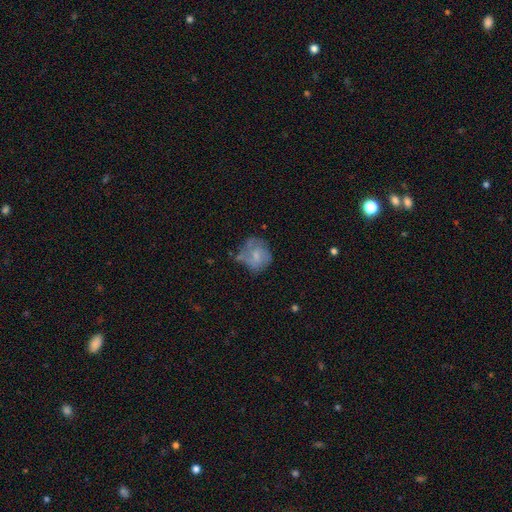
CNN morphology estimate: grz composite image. It shows a smooth galaxy with no disk features (54%) that is round (71%). Merging: none (46%).